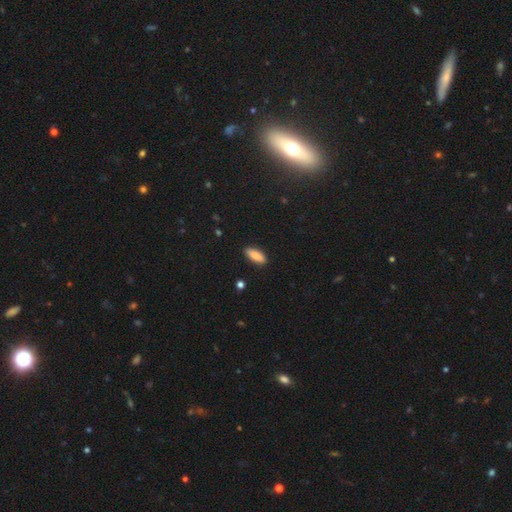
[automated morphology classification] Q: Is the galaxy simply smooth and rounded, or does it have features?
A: smooth — 87%.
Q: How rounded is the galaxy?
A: in between — 72%.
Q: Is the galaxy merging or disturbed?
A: none — 89%.